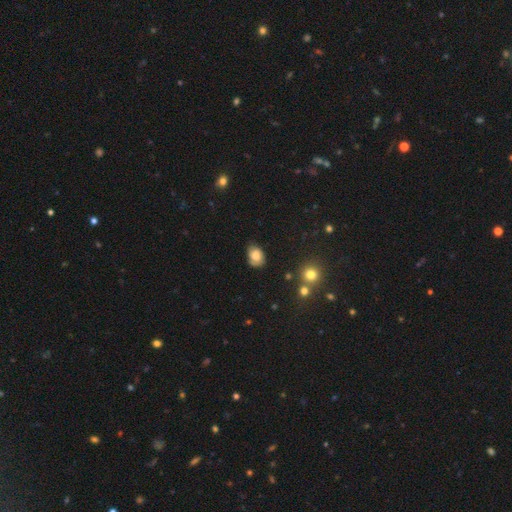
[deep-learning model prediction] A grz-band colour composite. It shows a smooth galaxy with no disk features (76%) that is in between round and cigar-shaped (74%). Merging: none (62%).